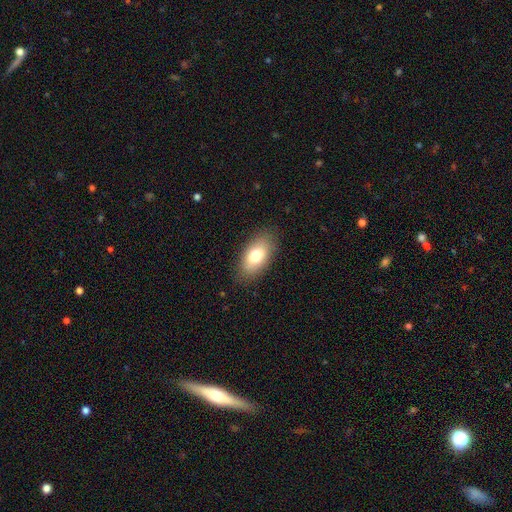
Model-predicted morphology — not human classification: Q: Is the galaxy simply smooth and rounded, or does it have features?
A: smooth — 76%.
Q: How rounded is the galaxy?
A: in between — 91%.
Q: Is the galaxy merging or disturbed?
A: none — 84%.